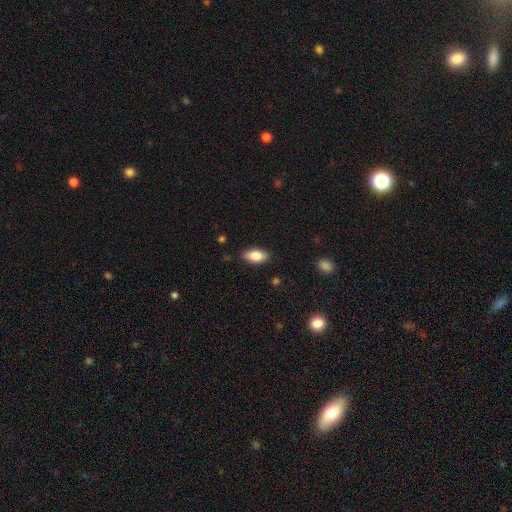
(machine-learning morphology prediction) A smooth galaxy with no disk features (84%) that is in between round and cigar-shaped (91%).

Vote fractions:
- Smooth or featured? smooth: 84% / featured or disk: 9% / star or artifact: 7%
- How rounded? in between: 91% / cigar-shaped: 6% / round: 3%
- Merging? none: 86% / minor disturbance: 10% / major disturbance: 2% / merger: 1%